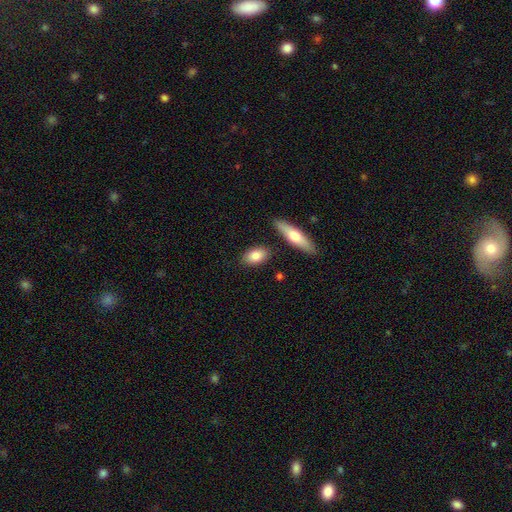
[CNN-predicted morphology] Q: Smooth or featured?
A: smooth (82%); runner-up: featured or disk (12%)
Q: How rounded?
A: in between (86%); runner-up: round (7%)
Q: Merging?
A: none (82%); runner-up: minor disturbance (11%)